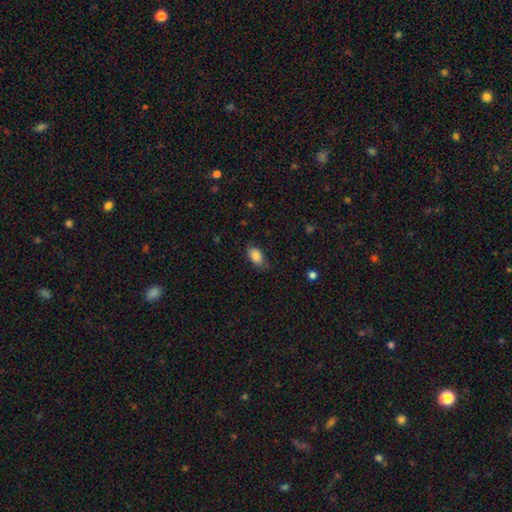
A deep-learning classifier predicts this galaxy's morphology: type=smooth (85%); roundness=in between (91%); merging=none (73%).